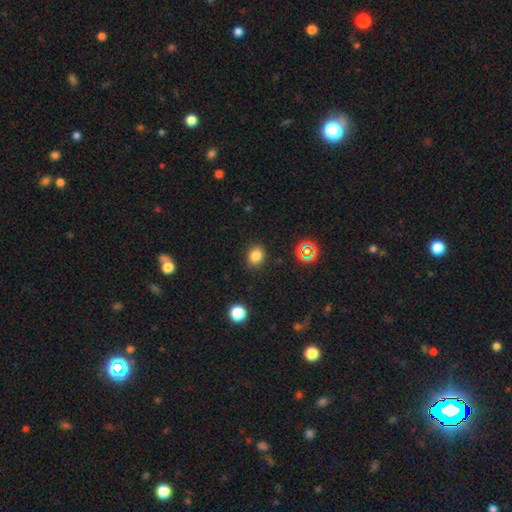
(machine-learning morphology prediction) This appears to be a smooth galaxy with no disk features (80%) that is round (64%). Merging: none (87%).